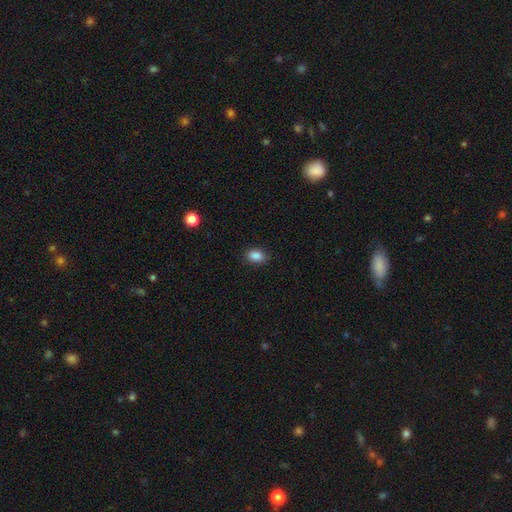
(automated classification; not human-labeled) Smooth or featured? Predicted: smooth (p=0.88). How rounded? Predicted: in between (p=0.82). Merging? Predicted: none (p=0.86).